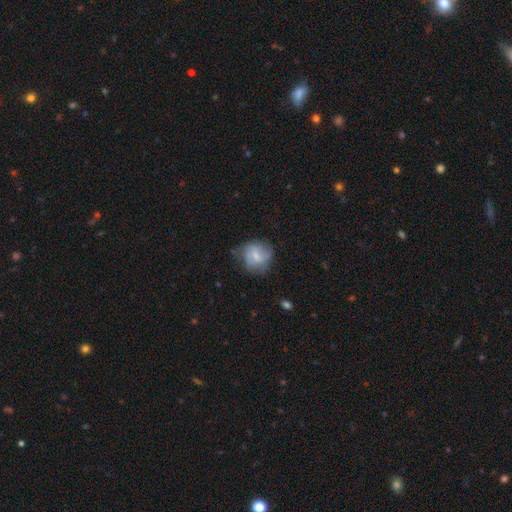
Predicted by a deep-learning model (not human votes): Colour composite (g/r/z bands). It shows a smooth galaxy with no disk features (60%) that is round (78%). Merging: none (61%).